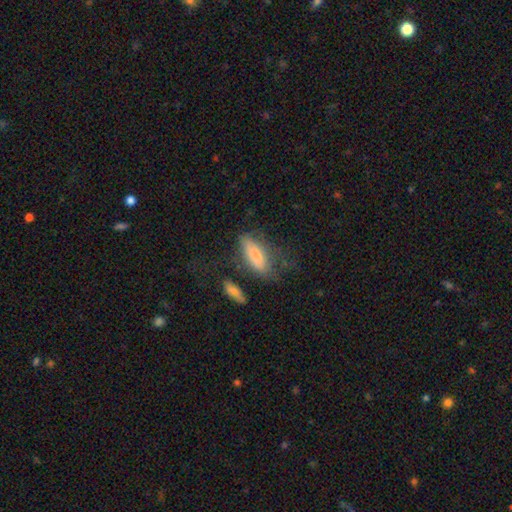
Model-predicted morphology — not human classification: Smooth or featured: smooth — 77% (featured or disk — 16%)
How rounded: in between — 74% (cigar-shaped — 23%)
Merging: none — 45% (minor disturbance — 28%)